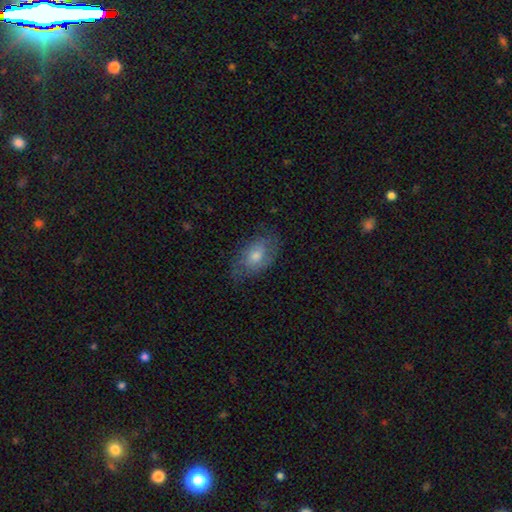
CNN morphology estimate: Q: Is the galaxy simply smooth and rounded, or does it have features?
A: smooth — 52%.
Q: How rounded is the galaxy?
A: in between — 87%.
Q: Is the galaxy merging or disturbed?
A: none — 69%.